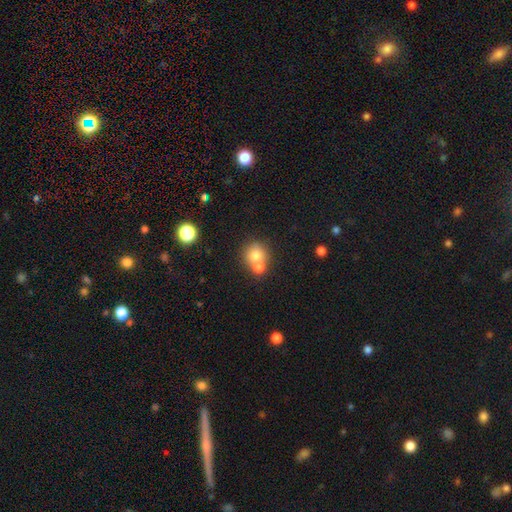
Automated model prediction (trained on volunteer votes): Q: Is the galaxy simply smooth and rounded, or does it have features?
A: smooth — 73%.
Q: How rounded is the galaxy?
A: round — 85%.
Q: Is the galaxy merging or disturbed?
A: merger — 48%.